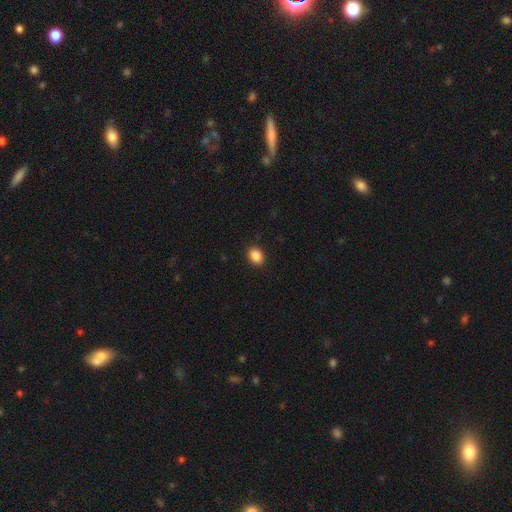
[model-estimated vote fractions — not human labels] smooth 88%, star or artifact 9%, featured or disk 3%. Down the decision tree: how rounded — in between (57%); merging — none (91%).